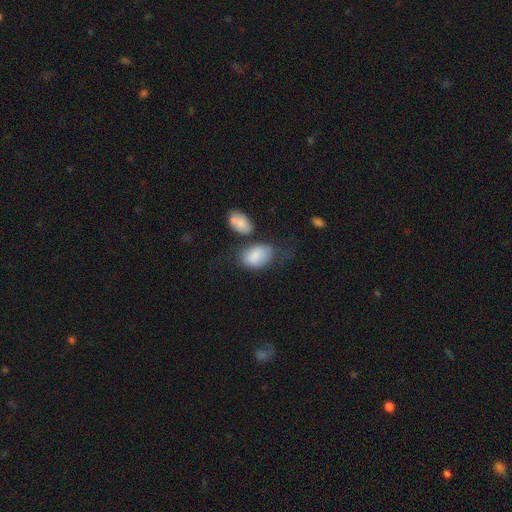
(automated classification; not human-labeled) Overall: smooth (83%). How rounded: in between (89%). Merging: none (40%; minor disturbance 25%).